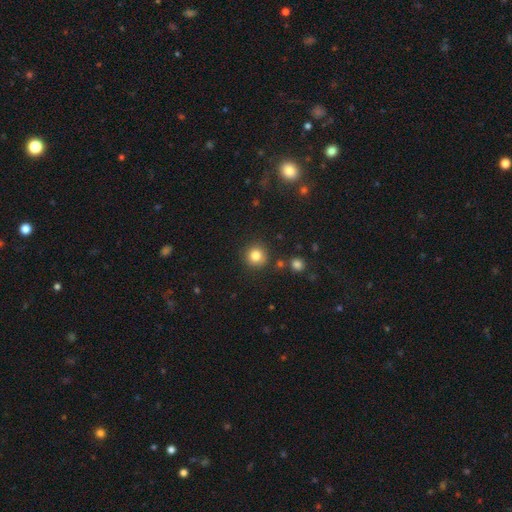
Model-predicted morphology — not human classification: Smooth or featured: smooth — 83% (star or artifact — 11%)
How rounded: round — 93% (in between — 6%)
Merging: none — 87% (minor disturbance — 7%)